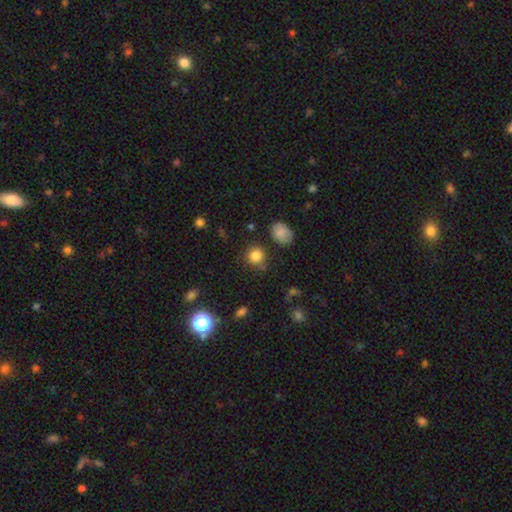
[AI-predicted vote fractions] Smooth or featured?
  - smooth: 82% *
  - star or artifact: 12%
  - featured or disk: 5%
How rounded?
  - round: 84% *
  - in between: 15%
  - cigar-shaped: 1%
Merging?
  - none: 76% *
  - minor disturbance: 15%
  - major disturbance: 5%
  - merger: 4%